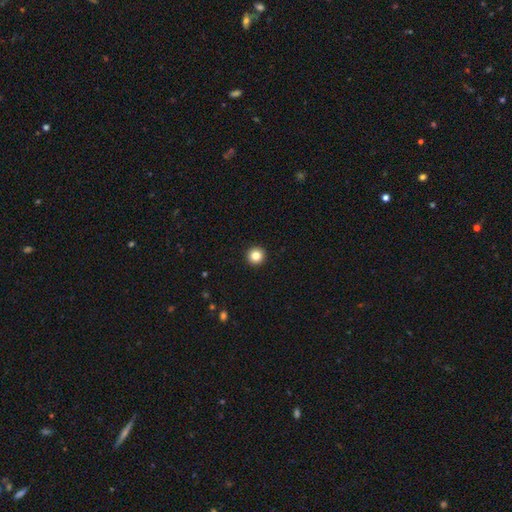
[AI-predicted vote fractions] Smooth or featured: smooth — 84% (star or artifact — 11%)
How rounded: round — 96% (in between — 3%)
Merging: none — 94% (minor disturbance — 3%)